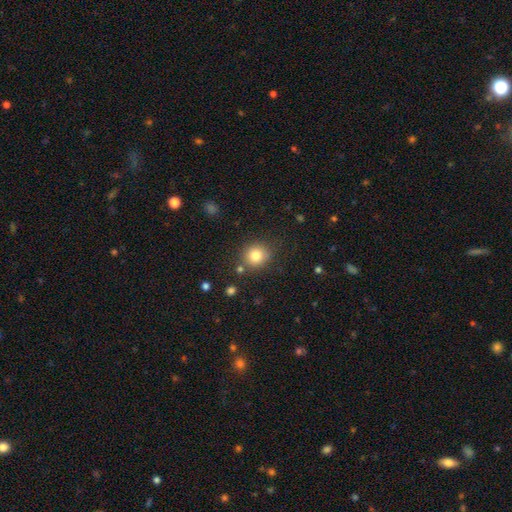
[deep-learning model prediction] Morphology: type=smooth (80%); roundness=round (84%); merging=none (82%).